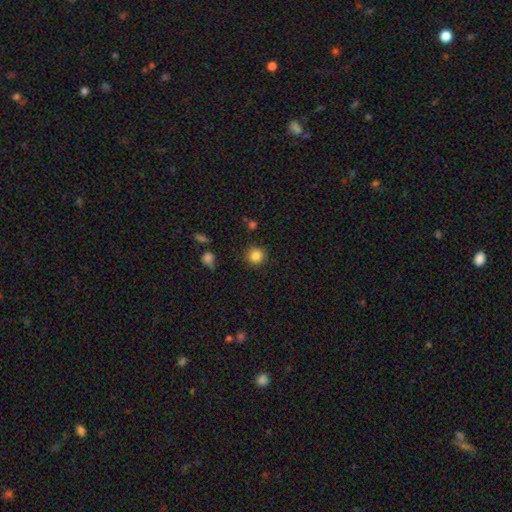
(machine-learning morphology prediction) type=smooth (85%); roundness=round (94%); merging=none (89%).